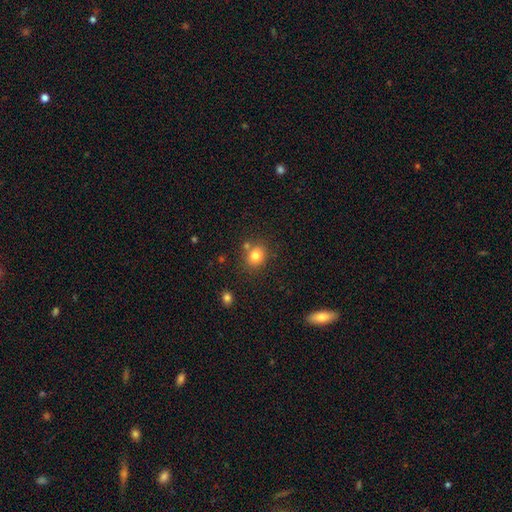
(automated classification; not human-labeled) Smooth or featured? smooth (80%)
How rounded? round (70%)
Merging? none (75%)